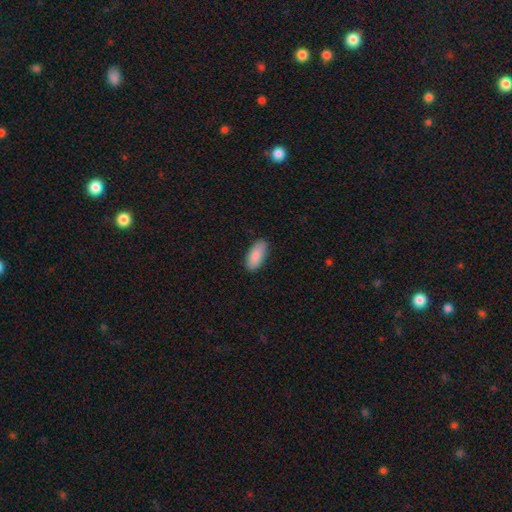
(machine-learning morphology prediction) Overall: smooth (89%). How rounded: in between (89%). Merging: none (87%).